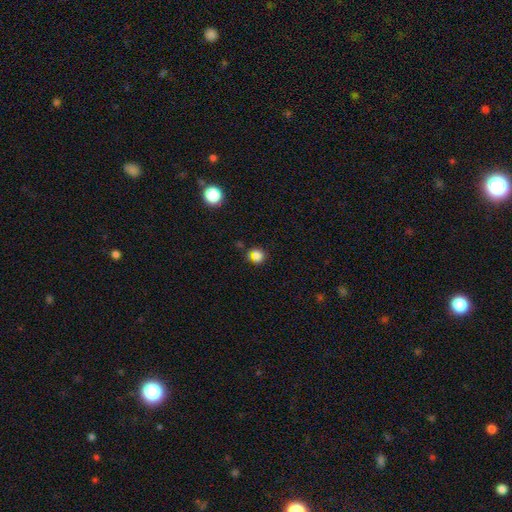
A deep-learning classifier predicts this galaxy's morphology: The model was most divided on "smooth or featured": smooth: 71%, star or artifact: 23%, featured or disk: 6%. More confident: how rounded — round (84%); merging — none (75%).